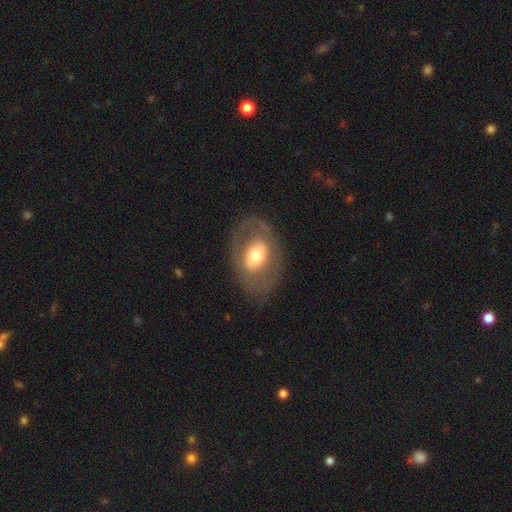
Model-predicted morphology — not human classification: Overall: featured or disk (50%; smooth 44%). Edge-on disk: no (91%). Merging: none (78%).